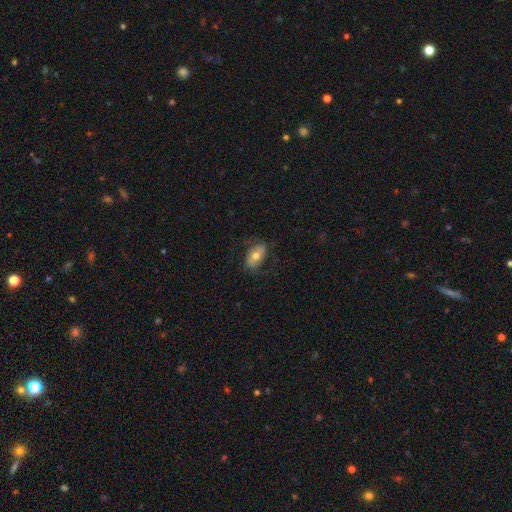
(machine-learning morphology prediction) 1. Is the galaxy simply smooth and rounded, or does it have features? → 58% smooth, 35% featured or disk, 8% star or artifact.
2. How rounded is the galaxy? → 86% in between, 12% round, 2% cigar-shaped.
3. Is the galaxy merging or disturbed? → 72% none, 19% minor disturbance, 8% major disturbance, 1% merger.